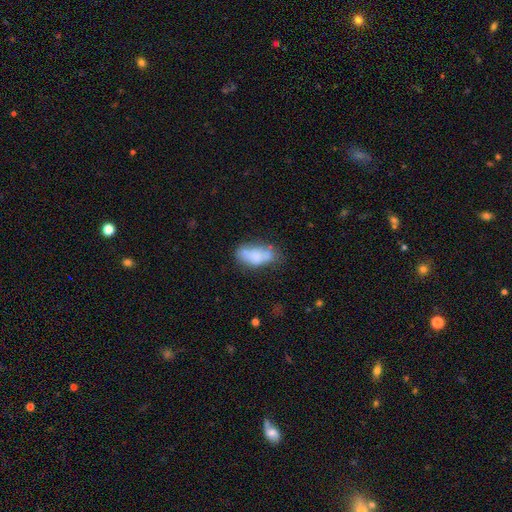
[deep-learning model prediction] Smooth or featured? smooth (66%)
How rounded? in between (89%)
Merging? none (41%)